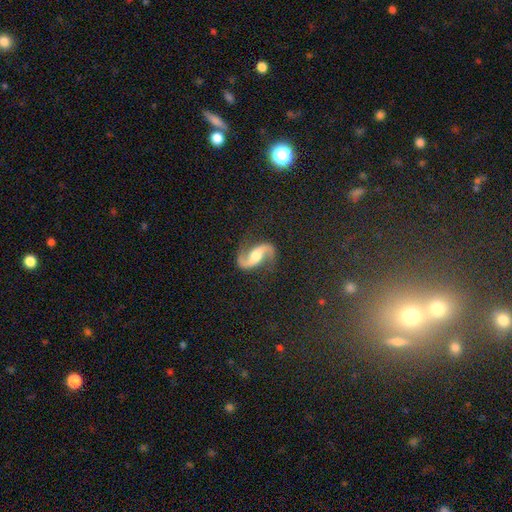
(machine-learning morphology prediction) Smooth or featured: featured or disk — 90% (star or artifact — 5%)
Edge-on disk: no — 97% (yes — 3%)
Bar: no — 39% (weak — 33%)
Spiral arms: yes — 98% (no — 2%)
Spiral winding: loose — 59% (medium — 32%)
Spiral arm count: 2 — 95% (1 — 1%)
Bulge size: moderate — 66% (large — 16%)
Merging: none — 84% (minor disturbance — 10%)